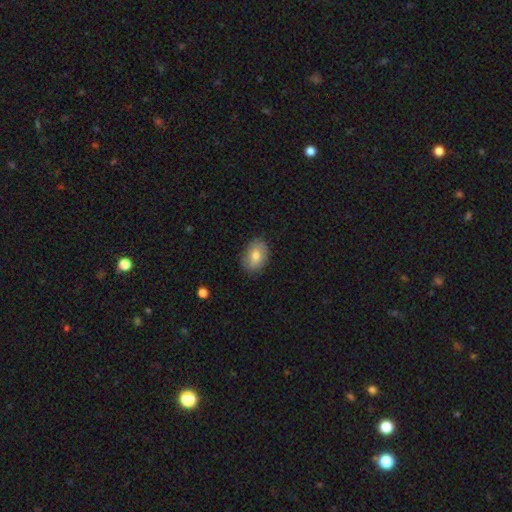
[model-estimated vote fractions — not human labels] smooth_or_featured: smooth (p=0.79) [alt: featured or disk p=0.13]
how_rounded: in between (p=0.78) [alt: round p=0.21]
merging: none (p=0.85) [alt: minor disturbance p=0.11]